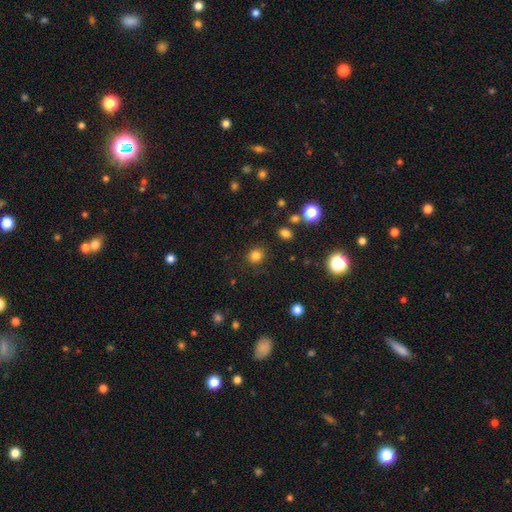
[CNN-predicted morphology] Smooth or featured?
  - smooth: 81% *
  - star or artifact: 14%
  - featured or disk: 5%
How rounded?
  - round: 79% *
  - in between: 20%
  - cigar-shaped: 1%
Merging?
  - none: 86% *
  - minor disturbance: 9%
  - major disturbance: 3%
  - merger: 2%